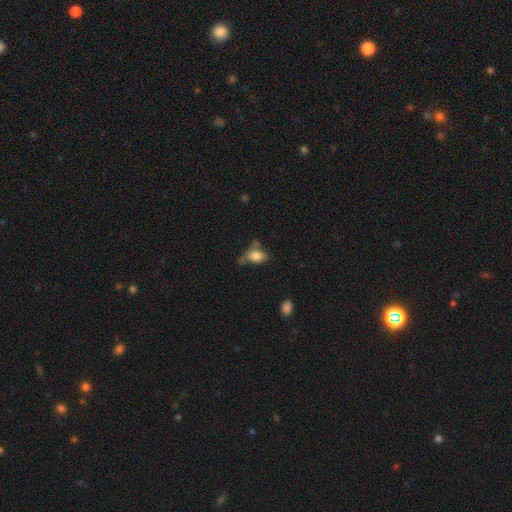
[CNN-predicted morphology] Smooth or featured: smooth — 75% (featured or disk — 15%)
How rounded: in between — 81% (round — 15%)
Merging: none — 40% (minor disturbance — 29%)